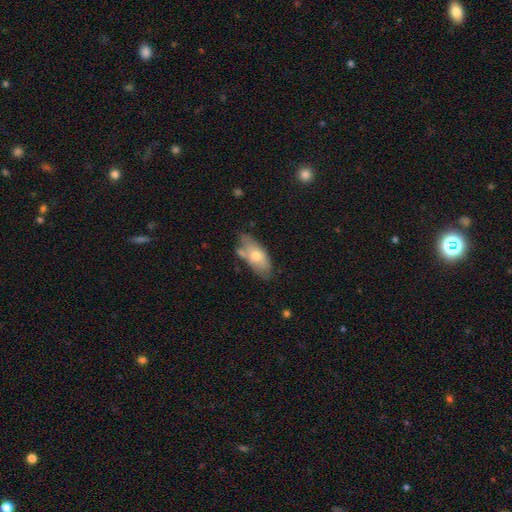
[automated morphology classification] Smooth or featured: smooth — 64% (featured or disk — 30%)
How rounded: in between — 86% (cigar-shaped — 10%)
Merging: none — 59% (minor disturbance — 25%)